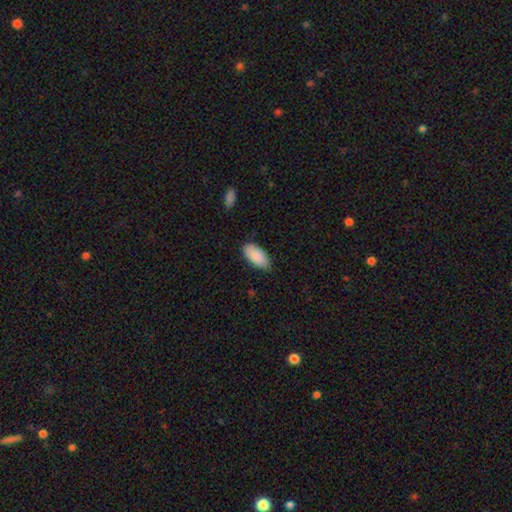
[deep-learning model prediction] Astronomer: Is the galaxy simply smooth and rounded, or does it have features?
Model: smooth — 88%.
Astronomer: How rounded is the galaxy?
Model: in between — 94%.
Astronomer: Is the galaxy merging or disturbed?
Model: none — 80%.